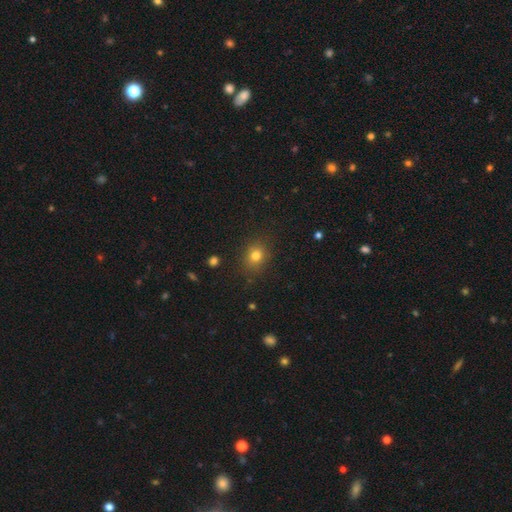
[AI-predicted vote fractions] Smooth or featured?
  - smooth: 78% *
  - star or artifact: 15%
  - featured or disk: 8%
How rounded?
  - round: 68% *
  - in between: 31%
  - cigar-shaped: 1%
Merging?
  - none: 85% *
  - minor disturbance: 10%
  - major disturbance: 3%
  - merger: 1%